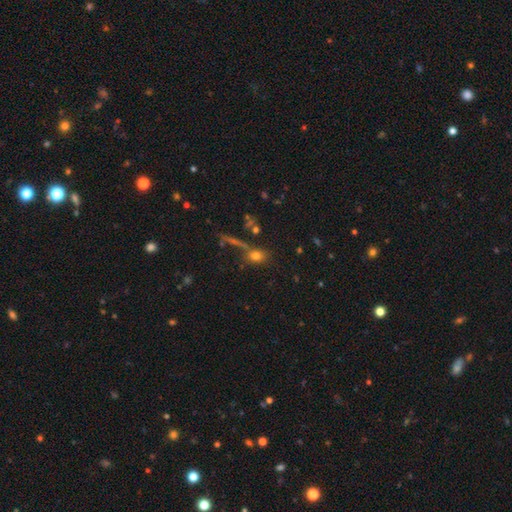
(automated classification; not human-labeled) Morphology: type=smooth (73%); roundness=in between (52%); merging=none (65%).